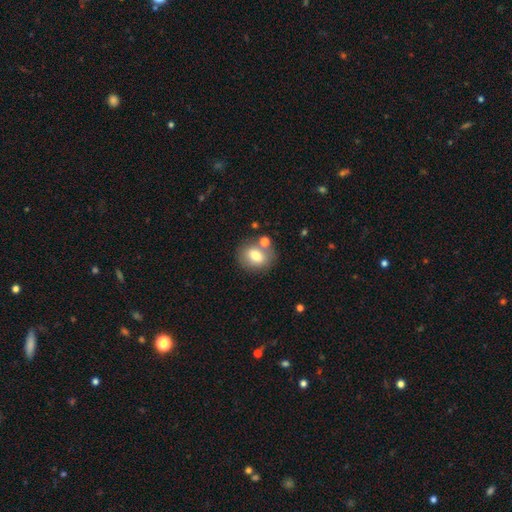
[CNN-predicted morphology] type=smooth (74%); roundness=in between (51%); merging=none (71%).